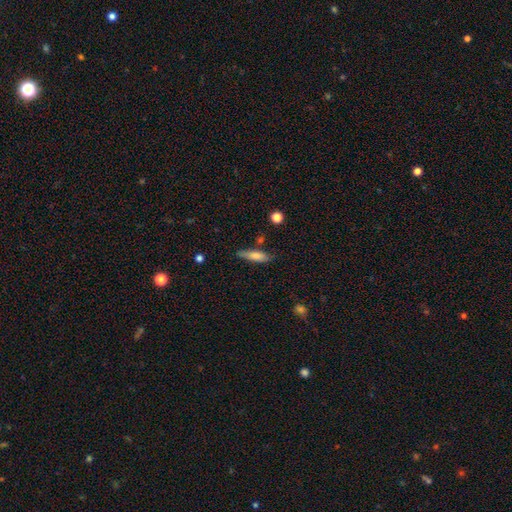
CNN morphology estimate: A smooth galaxy with no disk features (74%) that is cigar-shaped (61%).

Vote fractions:
- Smooth or featured? smooth: 74% / featured or disk: 19% / star or artifact: 7%
- How rounded? cigar-shaped: 61% / in between: 36% / round: 2%
- Merging? none: 72% / minor disturbance: 20% / merger: 4% / major disturbance: 4%